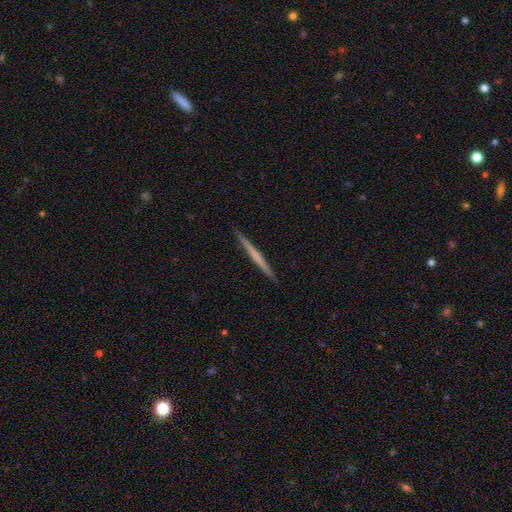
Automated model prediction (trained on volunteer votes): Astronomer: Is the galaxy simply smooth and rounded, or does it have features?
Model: featured or disk — 52% (runner-up: smooth, 43%).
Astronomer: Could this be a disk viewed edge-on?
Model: yes — 98%.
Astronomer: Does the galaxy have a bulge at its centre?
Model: none — 86%.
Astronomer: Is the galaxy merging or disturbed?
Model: none — 93%.